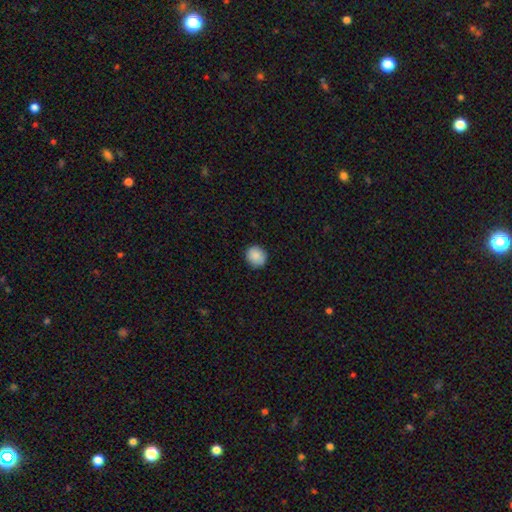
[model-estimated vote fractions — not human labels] Smooth or featured? smooth (89%)
How rounded? round (83%)
Merging? none (89%)